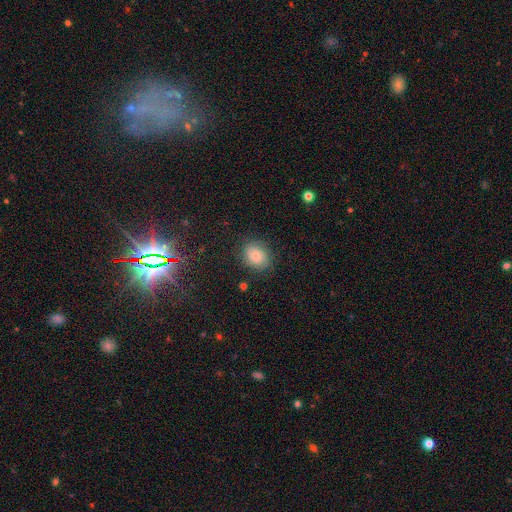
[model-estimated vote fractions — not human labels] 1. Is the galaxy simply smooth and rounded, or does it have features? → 78% smooth, 11% featured or disk, 11% star or artifact.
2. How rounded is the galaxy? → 51% round, 48% in between, 1% cigar-shaped.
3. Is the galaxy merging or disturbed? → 80% none, 14% minor disturbance, 4% major disturbance, 1% merger.